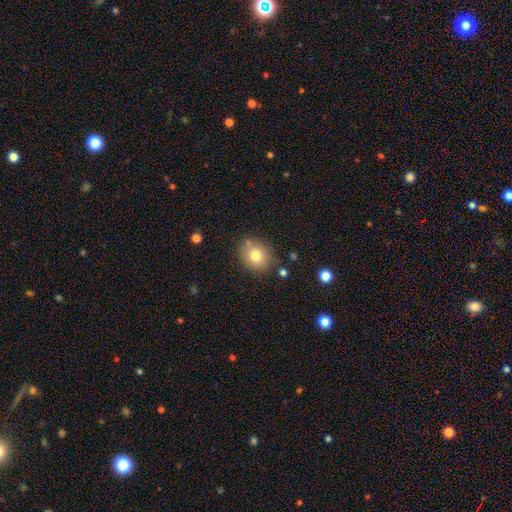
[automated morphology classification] This is likely a smooth galaxy (78%). How rounded: likely round (67%). Merging: likely none (76%).